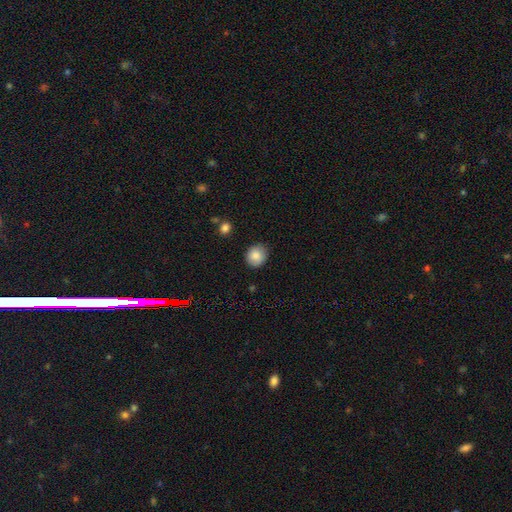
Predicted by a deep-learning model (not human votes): A smooth galaxy with no disk features (86%) that is round (76%). Merging: none (84%).